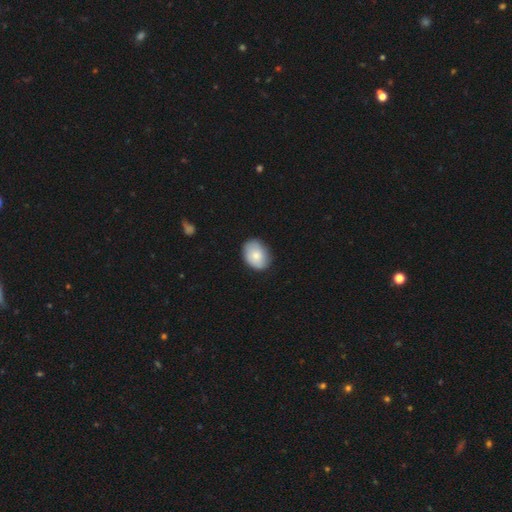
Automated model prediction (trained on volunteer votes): A smooth galaxy with no disk features (80%) that is in between round and cigar-shaped (73%).

Vote fractions:
- Smooth or featured? smooth: 80% / featured or disk: 13% / star or artifact: 6%
- How rounded? in between: 73% / round: 26% / cigar-shaped: 1%
- Merging? none: 83% / minor disturbance: 13% / major disturbance: 2% / merger: 1%